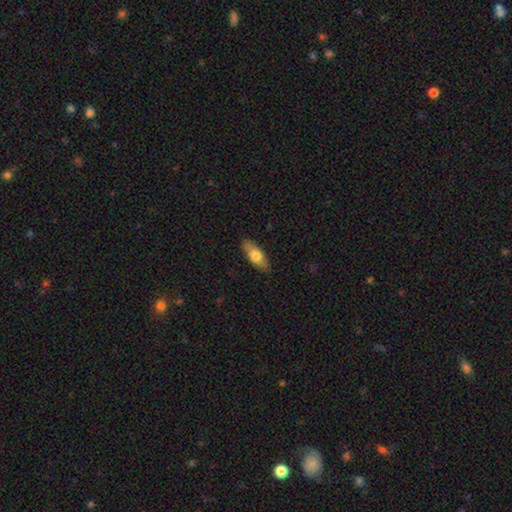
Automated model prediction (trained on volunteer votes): smooth 69%, featured or disk 26%, star or artifact 6%. Down the decision tree: how rounded — in between (75%); merging — none (87%).